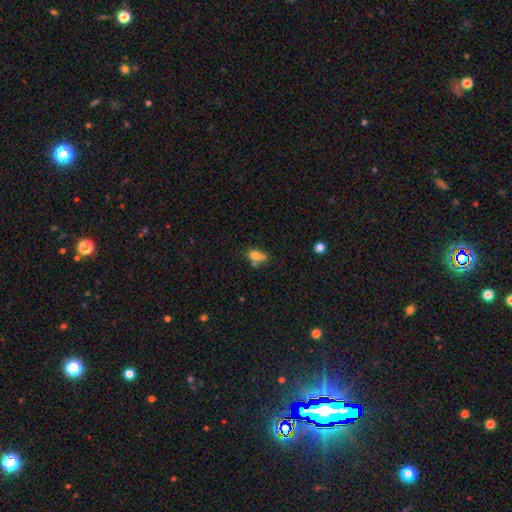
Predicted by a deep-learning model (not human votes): This is likely a smooth galaxy (75%). How rounded: likely in between (79%). Merging: marginally none (41%).